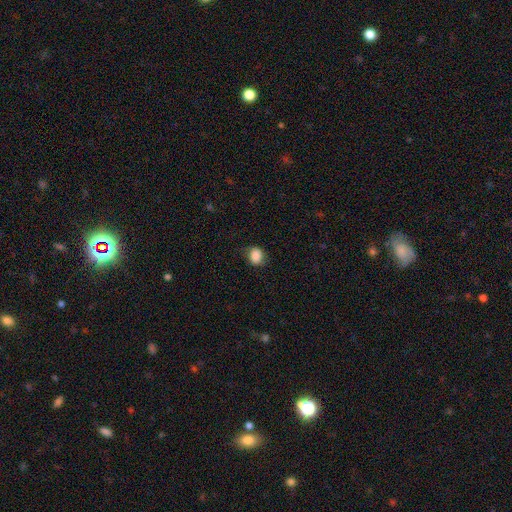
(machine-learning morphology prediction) Smooth or featured? Predicted: smooth (p=0.85). How rounded? Predicted: round (p=0.63). Merging? Predicted: none (p=0.74).